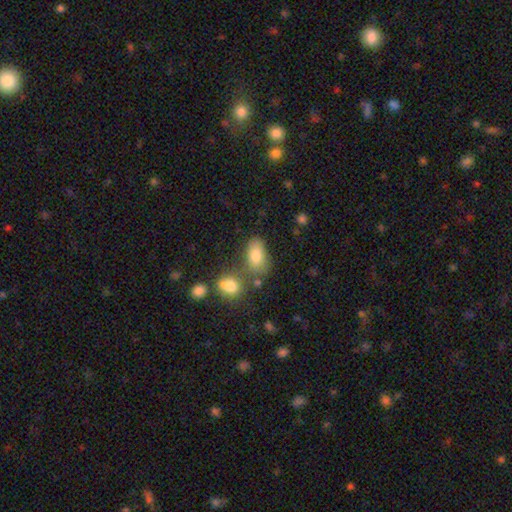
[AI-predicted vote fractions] The model was most divided on "merging": none: 53%, merger: 21%, minor disturbance: 19%, major disturbance: 8%. More confident: how rounded — in between (89%); smooth or featured — smooth (80%).